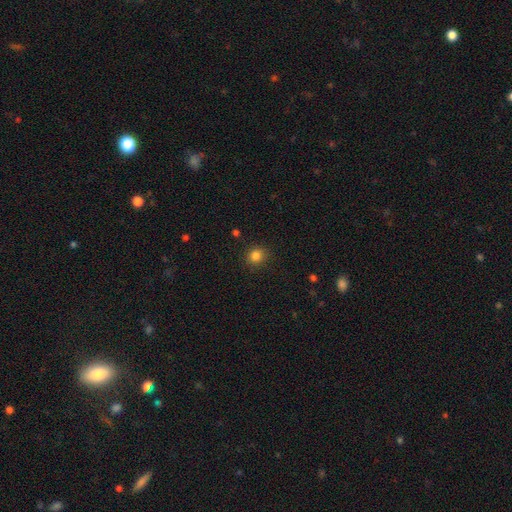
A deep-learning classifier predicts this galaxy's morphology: smooth 83%, star or artifact 12%, featured or disk 4%. Down the decision tree: how rounded — round (81%); merging — none (88%).